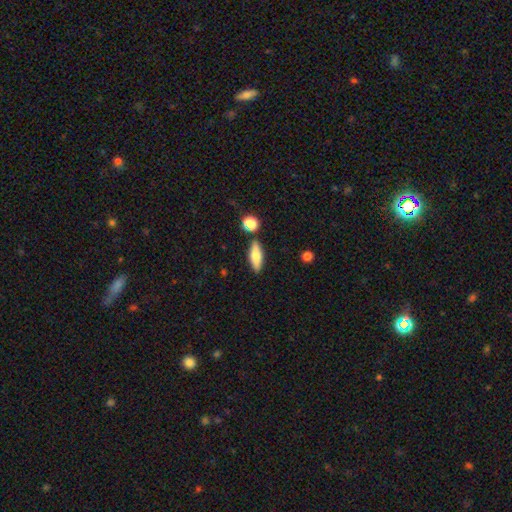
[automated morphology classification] smooth 68%, featured or disk 25%, star or artifact 7%. Down the decision tree: how rounded — in between (58%); merging — none (82%).